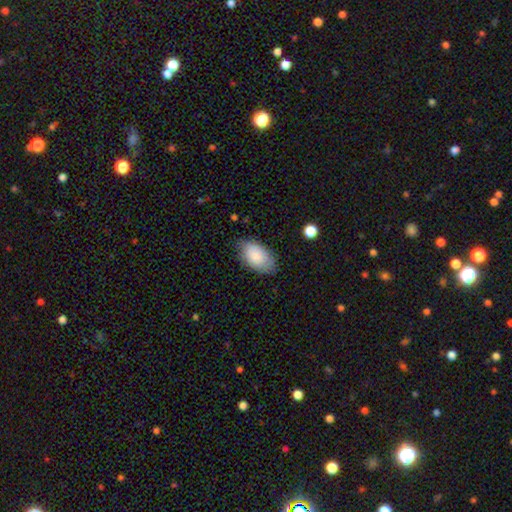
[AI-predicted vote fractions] smooth_or_featured: smooth (p=0.84) [alt: featured or disk p=0.10]
how_rounded: in between (p=0.94) [alt: round p=0.04]
merging: none (p=0.73) [alt: minor disturbance p=0.21]